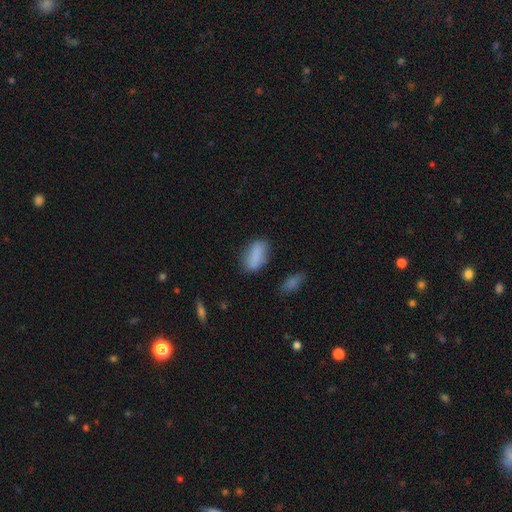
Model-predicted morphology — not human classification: Smooth or featured? smooth (82%)
How rounded? in between (82%)
Merging? none (71%)